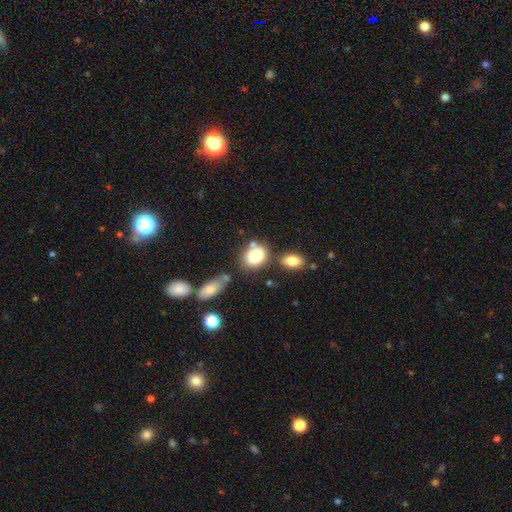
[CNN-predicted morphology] Smooth or featured? Predicted: smooth (p=0.80). How rounded? Predicted: in between (p=0.61). Merging? Predicted: none (p=0.57).